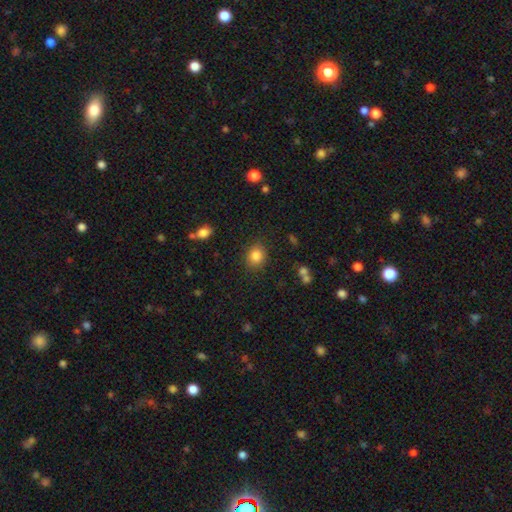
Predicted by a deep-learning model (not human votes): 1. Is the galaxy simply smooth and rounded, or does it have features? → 85% smooth, 10% star or artifact, 5% featured or disk.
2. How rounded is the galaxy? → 68% round, 32% in between, 1% cigar-shaped.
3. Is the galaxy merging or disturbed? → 85% none, 10% minor disturbance, 3% major disturbance, 2% merger.